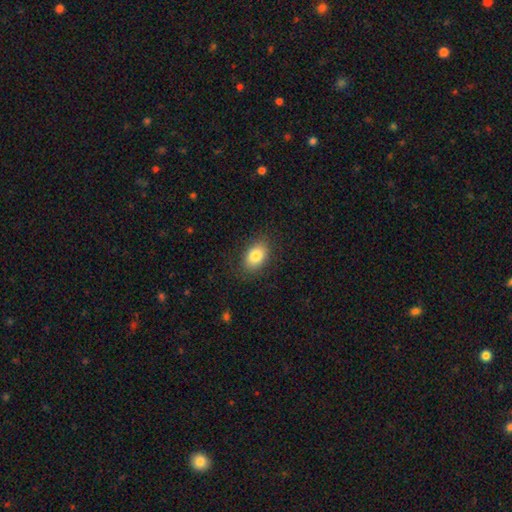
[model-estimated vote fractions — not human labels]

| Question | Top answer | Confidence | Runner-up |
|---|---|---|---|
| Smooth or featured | smooth | 84% | featured or disk (8%) |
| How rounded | in between | 86% | round (13%) |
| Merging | none | 85% | minor disturbance (11%) |